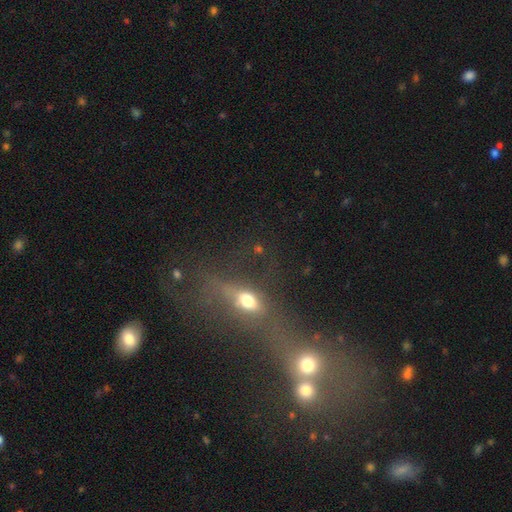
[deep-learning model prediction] This is marginally a smooth galaxy (40%). Merging: possibly merger (57%).